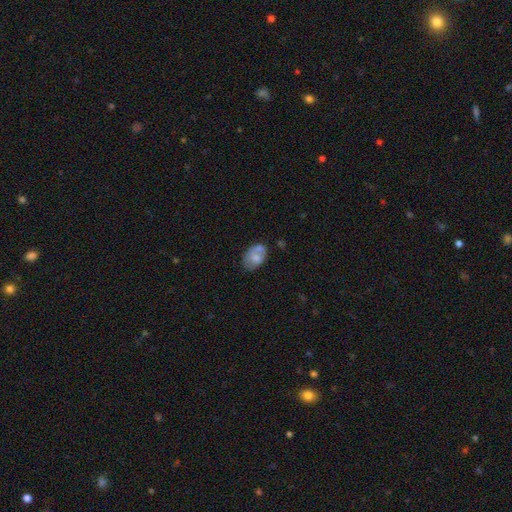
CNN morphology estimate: Smooth or featured? Predicted: smooth (p=0.62). How rounded? Predicted: in between (p=0.82). Merging? Predicted: none (p=0.45).